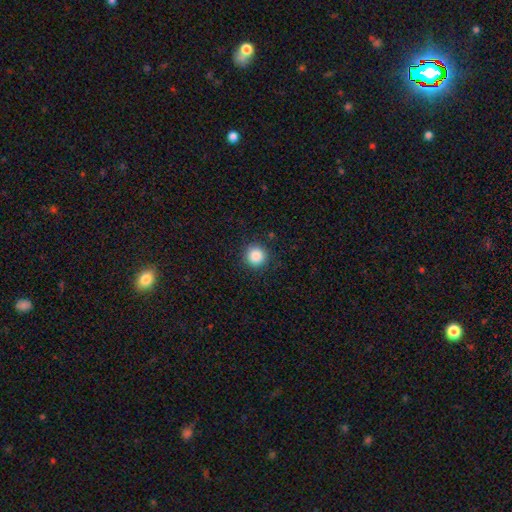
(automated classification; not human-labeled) Smooth or featured: smooth — 87% (star or artifact — 10%)
How rounded: round — 95% (in between — 4%)
Merging: none — 90% (minor disturbance — 6%)